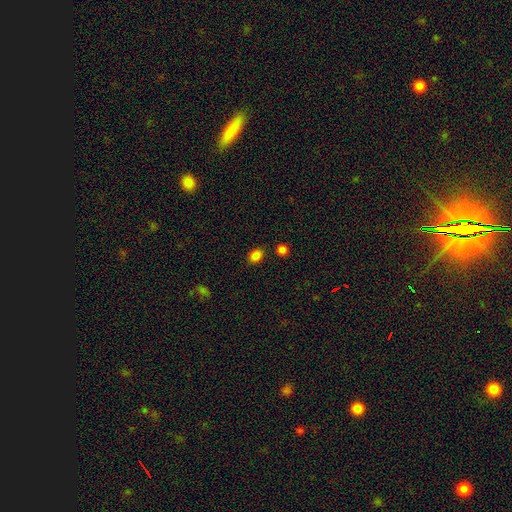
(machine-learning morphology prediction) Smooth or featured? Predicted: smooth (p=0.84). How rounded? Predicted: in between (p=0.64). Merging? Predicted: none (p=0.84).